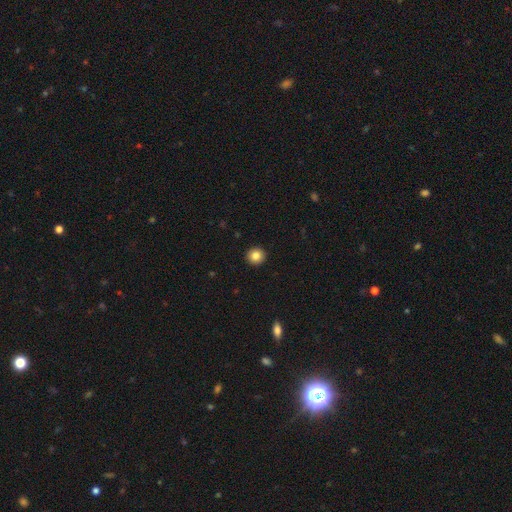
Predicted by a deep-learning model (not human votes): Smooth or featured? smooth (84%)
How rounded? round (94%)
Merging? none (94%)